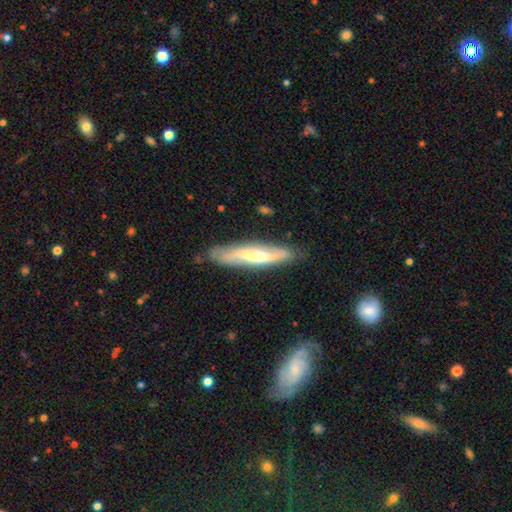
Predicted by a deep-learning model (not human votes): A featured or disk galaxy (62%).

Vote fractions:
- Smooth or featured? featured or disk: 62% / smooth: 32% / star or artifact: 6%
- Edge-on disk? no: 52% / yes: 48%
- Merging? none: 79% / minor disturbance: 16% / major disturbance: 4% / merger: 2%